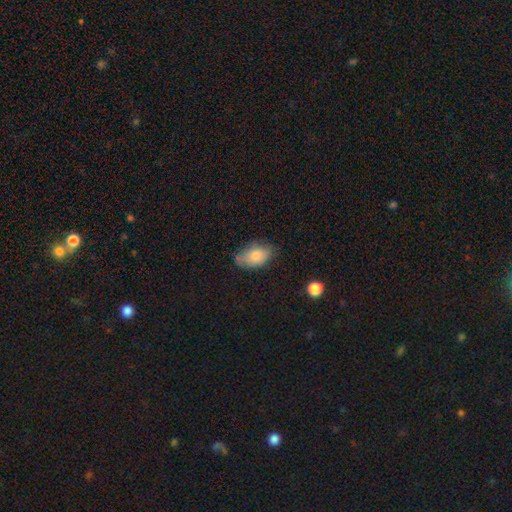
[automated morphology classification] This is likely a smooth galaxy (76%). How rounded: clearly in between (90%). Merging: likely none (62%).